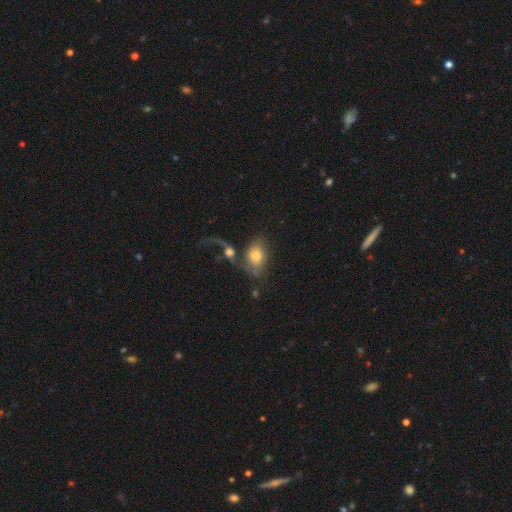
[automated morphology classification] smooth_or_featured: smooth (p=0.62) [alt: featured or disk p=0.29]
how_rounded: in between (p=0.68) [alt: round p=0.30]
merging: merger (p=0.52) [alt: none p=0.20]